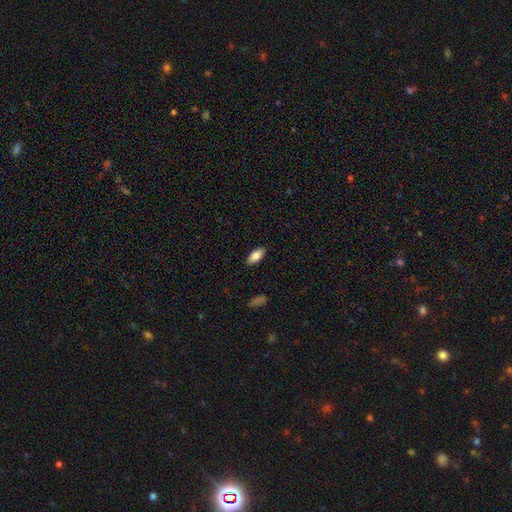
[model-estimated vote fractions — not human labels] A smooth galaxy with no disk features (79%) that is in between round and cigar-shaped (86%). Merging: none (89%).